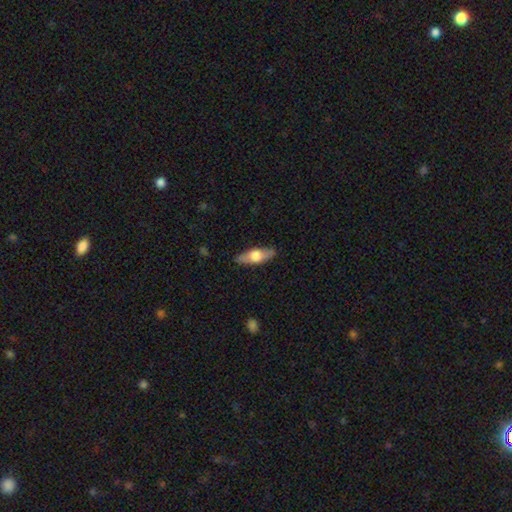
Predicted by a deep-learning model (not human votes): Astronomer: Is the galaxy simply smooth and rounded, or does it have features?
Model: smooth — 50% (runner-up: featured or disk, 44%).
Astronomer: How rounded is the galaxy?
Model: in between — 60% (runner-up: cigar-shaped, 37%).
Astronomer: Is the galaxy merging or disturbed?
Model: none — 86%.